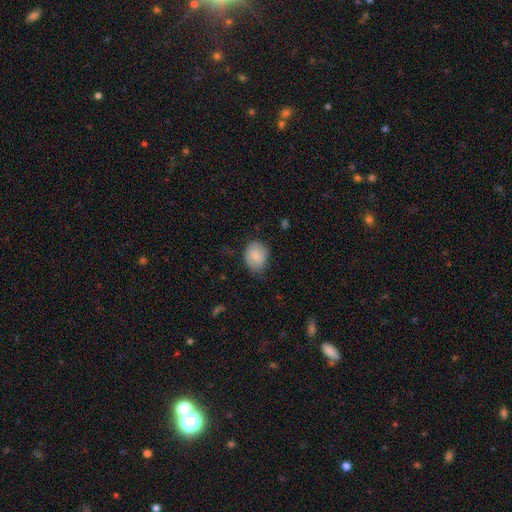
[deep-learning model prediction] smooth 77%, featured or disk 16%, star or artifact 7%. Down the decision tree: how rounded — round (50%); merging — none (64%).